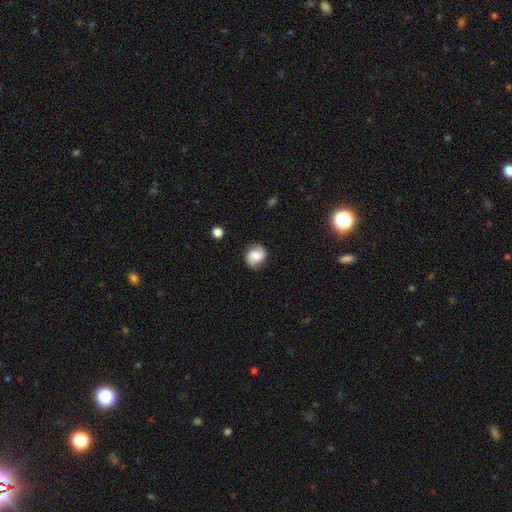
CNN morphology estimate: Smooth or featured?
  - featured or disk: 47% *
  - smooth: 44%
  - star or artifact: 9%
Merging?
  - none: 78% *
  - minor disturbance: 16%
  - major disturbance: 5%
  - merger: 2%